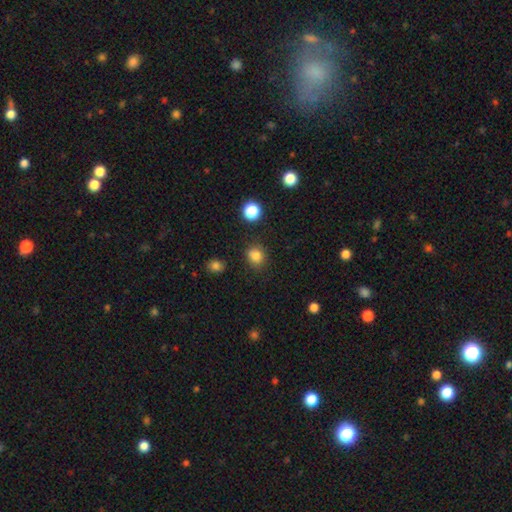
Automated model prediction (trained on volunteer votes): A smooth galaxy with no disk features (83%) that is round (75%).

Vote fractions:
- Smooth or featured? smooth: 83% / star or artifact: 13% / featured or disk: 4%
- How rounded? round: 75% / in between: 24% / cigar-shaped: 1%
- Merging? none: 83% / minor disturbance: 11% / major disturbance: 3% / merger: 3%